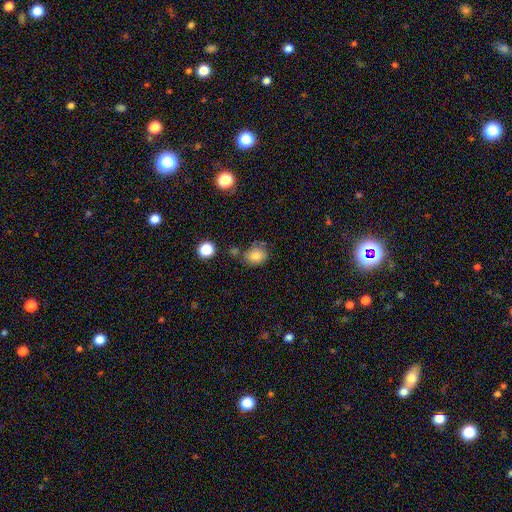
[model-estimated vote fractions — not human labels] Overall: smooth (80%). How rounded: round (55%; in between 44%). Merging: none (63%).